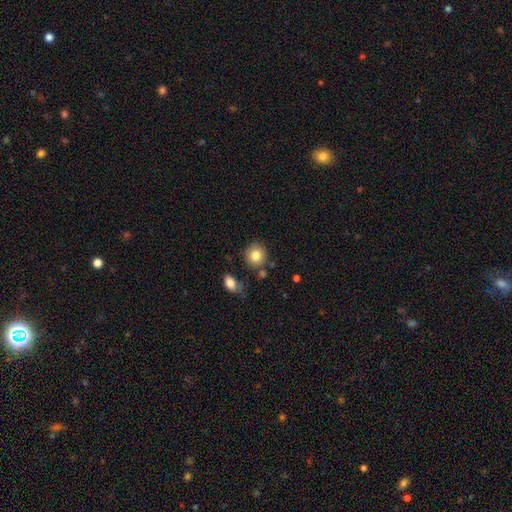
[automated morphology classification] A smooth galaxy with no disk features (82%) that is round (84%).

Vote fractions:
- Smooth or featured? smooth: 82% / star or artifact: 9% / featured or disk: 9%
- How rounded? round: 84% / in between: 15% / cigar-shaped: 1%
- Merging? none: 80% / minor disturbance: 11% / merger: 6% / major disturbance: 3%